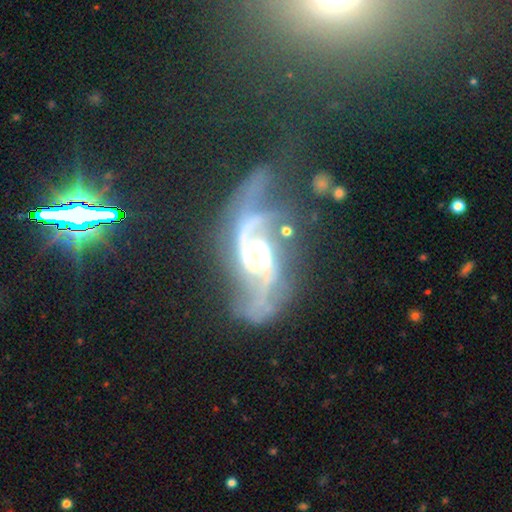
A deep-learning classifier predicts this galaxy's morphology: Smooth or featured? Predicted: featured or disk (p=0.89). Edge-on disk? Predicted: no (p=0.96). Bar? Predicted: no (p=0.51). Spiral arms? Predicted: yes (p=0.98). Spiral winding? Predicted: medium (p=0.45). Spiral arm count? Predicted: 2 (p=0.89). Bulge size? Predicted: moderate (p=0.52). Merging? Predicted: none (p=0.55).